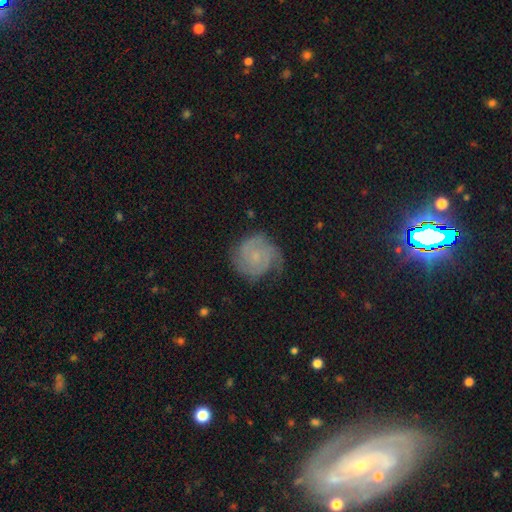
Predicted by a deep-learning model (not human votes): Overall: featured or disk (72%). Edge-on disk: no (98%). Bar: no (74%). Spiral arms: yes (94%). Spiral arm count: 2 (36%; can't tell 24%). Spiral winding: tight (59%; medium 32%). Bulge size: small (69%). Merging: none (66%).